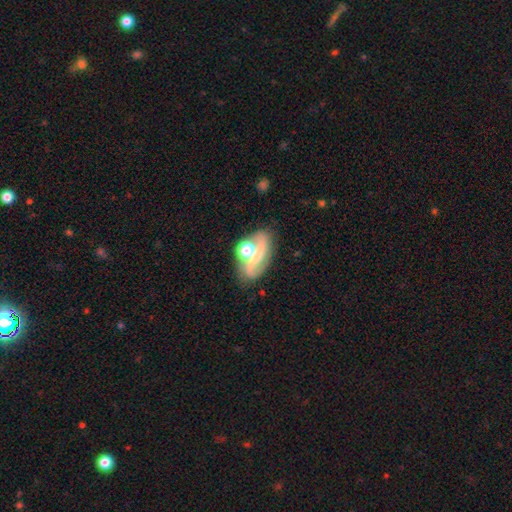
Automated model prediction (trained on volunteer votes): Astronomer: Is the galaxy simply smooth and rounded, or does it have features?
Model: featured or disk — 69%.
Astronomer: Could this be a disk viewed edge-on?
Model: no — 94%.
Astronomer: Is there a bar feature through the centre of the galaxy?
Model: no — 44% (runner-up: weak, 35%).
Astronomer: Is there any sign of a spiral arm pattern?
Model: yes — 85%.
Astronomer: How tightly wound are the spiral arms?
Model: loose — 54% (runner-up: medium, 34%).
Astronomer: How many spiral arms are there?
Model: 2 — 84%.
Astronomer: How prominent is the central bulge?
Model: moderate — 49% (runner-up: small, 29%).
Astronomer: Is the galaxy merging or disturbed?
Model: none — 55%.